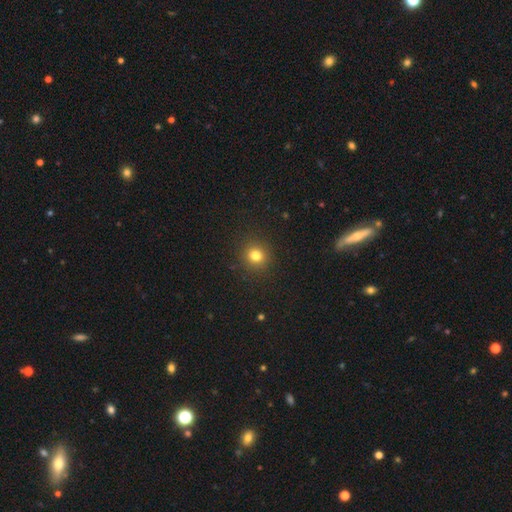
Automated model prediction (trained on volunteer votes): smooth 80%, star or artifact 14%, featured or disk 6%. Down the decision tree: how rounded — round (89%); merging — none (91%).